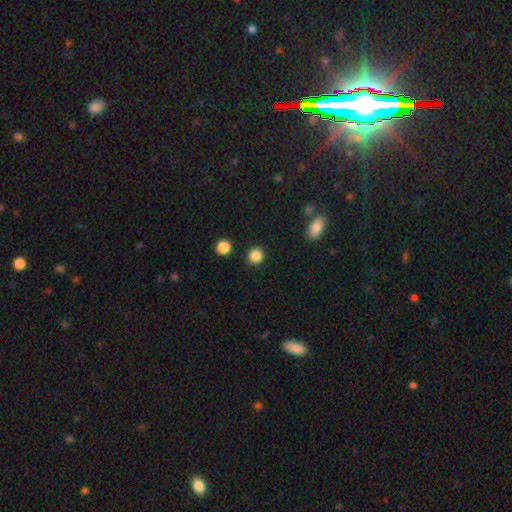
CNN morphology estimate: smooth-or-featured: smooth: 87% | star or artifact: 10% | featured or disk: 3%
  how-rounded: round: 87% | in between: 12% | cigar-shaped: 1%
  merging: none: 90% | minor disturbance: 6% | merger: 2% | major disturbance: 2%